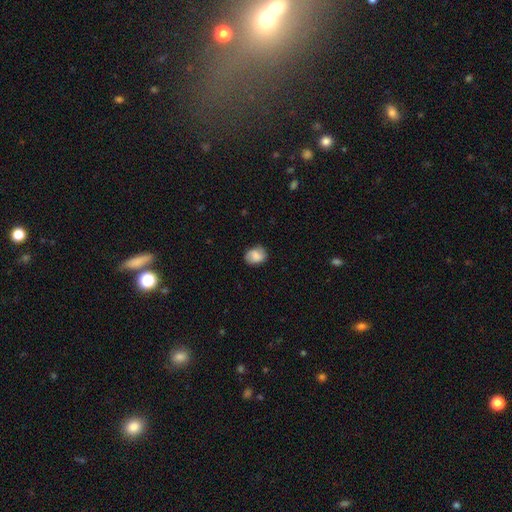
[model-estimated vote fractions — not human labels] smooth 73%, featured or disk 19%, star or artifact 8%. Down the decision tree: how rounded — in between (56%); merging — none (73%).